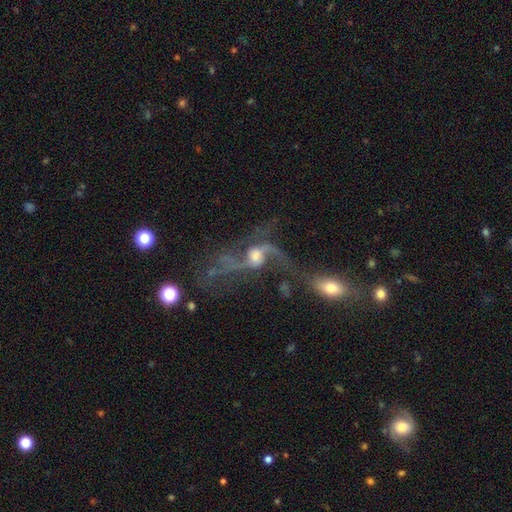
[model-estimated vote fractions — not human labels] smooth_or_featured: featured or disk (p=0.81) [alt: star or artifact p=0.10]
disk_edge_on: no (p=0.94) [alt: yes p=0.06]
bar: no (p=0.53) [alt: weak p=0.35]
has_spiral_arms: yes (p=0.91) [alt: no p=0.09]
spiral_winding: loose (p=0.80) [alt: medium p=0.16]
spiral_arm_count: 2 (p=0.78) [alt: can't tell p=0.06]
bulge_size: moderate (p=0.51) [alt: small p=0.24]
merging: none (p=0.31) [alt: major disturbance p=0.30]